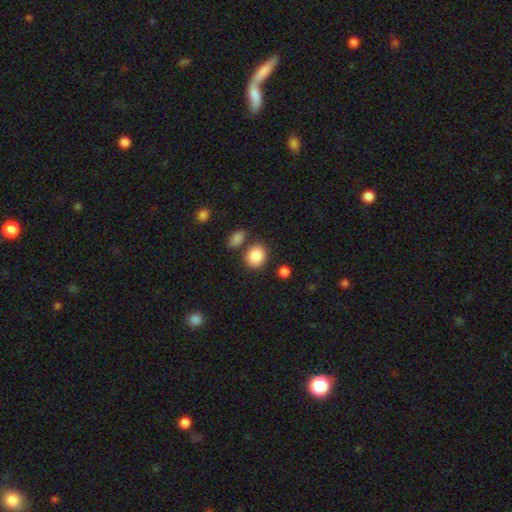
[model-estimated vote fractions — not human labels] smooth_or_featured: smooth (p=0.87) [alt: star or artifact p=0.08]
how_rounded: round (p=0.60) [alt: in between p=0.39]
merging: none (p=0.73) [alt: minor disturbance p=0.12]